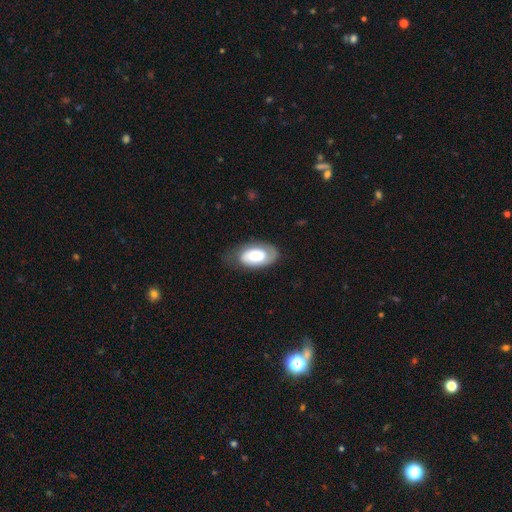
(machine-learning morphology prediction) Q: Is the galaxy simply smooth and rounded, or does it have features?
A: smooth — 57%.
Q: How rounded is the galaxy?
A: in between — 94%.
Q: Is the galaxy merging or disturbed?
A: none — 61%.